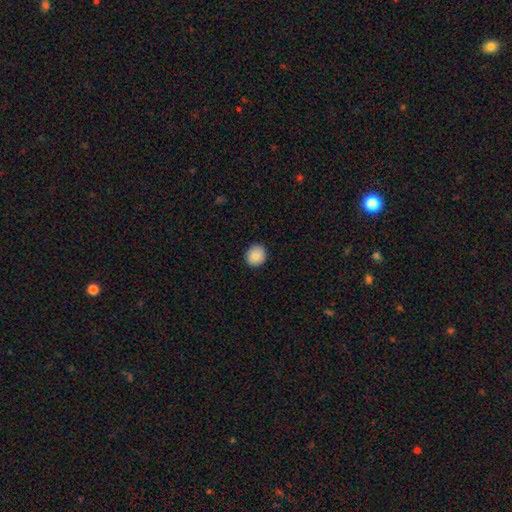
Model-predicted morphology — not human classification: Smooth or featured? Predicted: smooth (p=0.89). How rounded? Predicted: round (p=0.84). Merging? Predicted: none (p=0.91).